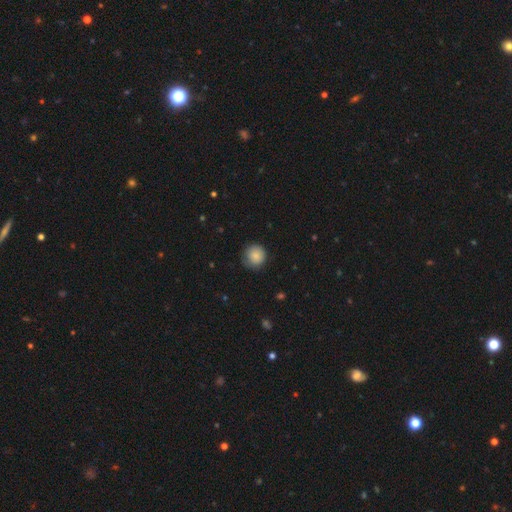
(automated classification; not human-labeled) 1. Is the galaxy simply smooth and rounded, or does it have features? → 86% smooth, 8% star or artifact, 6% featured or disk.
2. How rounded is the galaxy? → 93% round, 6% in between, 1% cigar-shaped.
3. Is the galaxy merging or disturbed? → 78% none, 17% minor disturbance, 4% major disturbance, 1% merger.